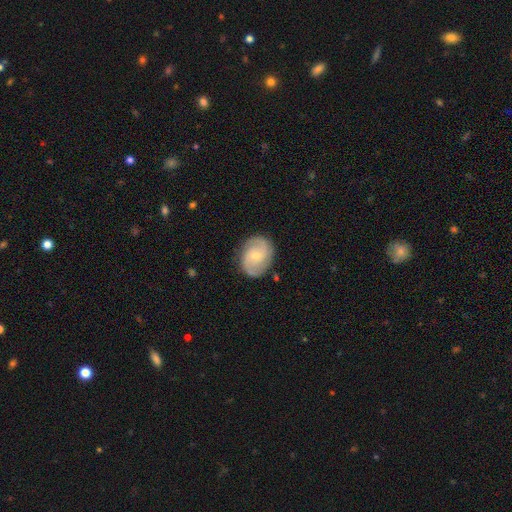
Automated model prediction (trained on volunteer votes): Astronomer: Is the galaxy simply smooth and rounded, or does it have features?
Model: featured or disk — 74%.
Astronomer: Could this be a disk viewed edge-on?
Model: no — 97%.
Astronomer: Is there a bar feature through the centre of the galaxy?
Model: no — 56% (runner-up: weak, 38%).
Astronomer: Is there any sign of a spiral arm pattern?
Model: yes — 94%.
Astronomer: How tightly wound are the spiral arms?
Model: medium — 45% (runner-up: tight, 40%).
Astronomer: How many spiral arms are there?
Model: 2 — 65%.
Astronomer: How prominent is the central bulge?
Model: small — 53% (runner-up: moderate, 44%).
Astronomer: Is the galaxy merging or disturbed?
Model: none — 81%.